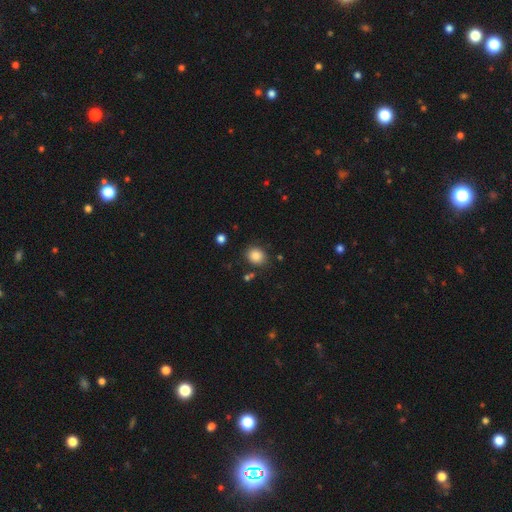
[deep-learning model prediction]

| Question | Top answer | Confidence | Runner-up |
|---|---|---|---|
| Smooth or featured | smooth | 85% | star or artifact (10%) |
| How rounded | round | 65% | in between (34%) |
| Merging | none | 84% | minor disturbance (10%) |